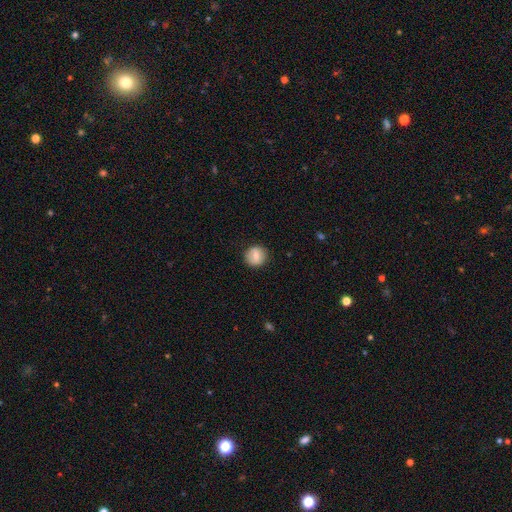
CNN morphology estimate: The model was most divided on "smooth or featured": smooth: 69%, featured or disk: 22%, star or artifact: 8%. More confident: how rounded — round (90%); merging — none (88%).